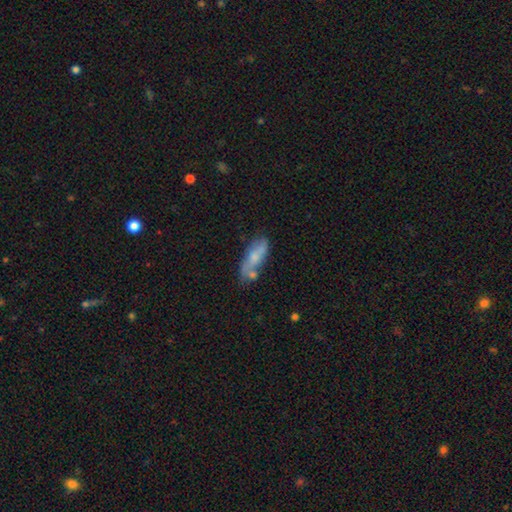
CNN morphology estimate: Smooth or featured: smooth — 63% (featured or disk — 31%)
How rounded: in between — 62% (cigar-shaped — 35%)
Merging: none — 45% (minor disturbance — 25%)